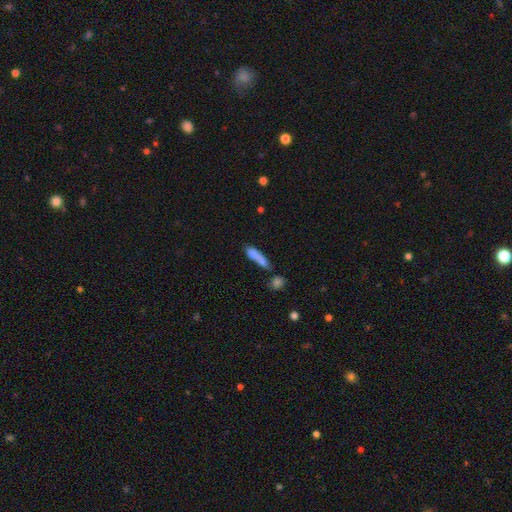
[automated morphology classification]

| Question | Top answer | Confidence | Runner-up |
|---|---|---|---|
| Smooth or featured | smooth | 72% | featured or disk (19%) |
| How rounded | cigar-shaped | 63% | in between (33%) |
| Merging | merger | 39% | none (34%) |